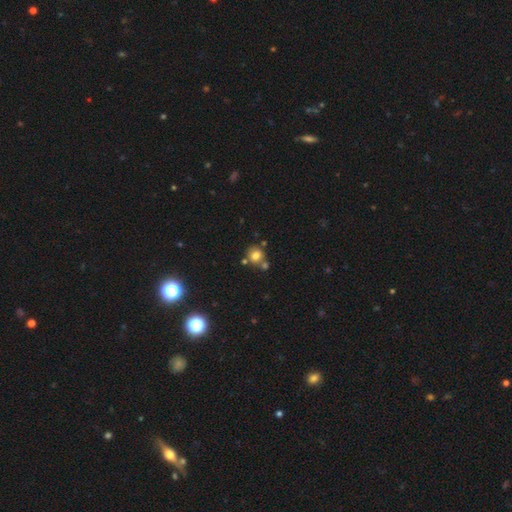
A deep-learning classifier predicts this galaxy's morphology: smooth 76%, star or artifact 13%, featured or disk 10%. Down the decision tree: how rounded — round (85%); merging — none (64%).